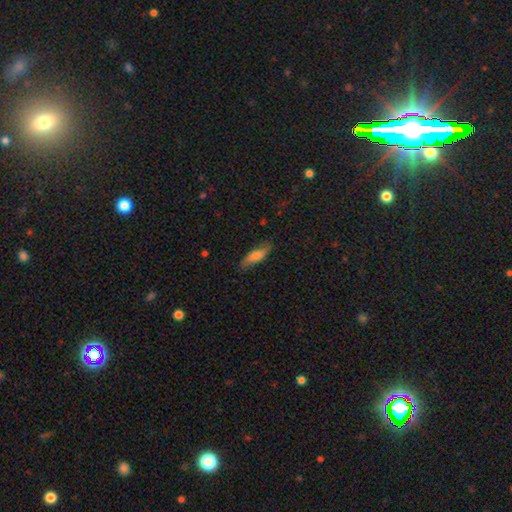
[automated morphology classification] Smooth or featured: smooth — 71% (featured or disk — 23%)
How rounded: cigar-shaped — 50% (in between — 48%)
Merging: none — 78% (minor disturbance — 17%)